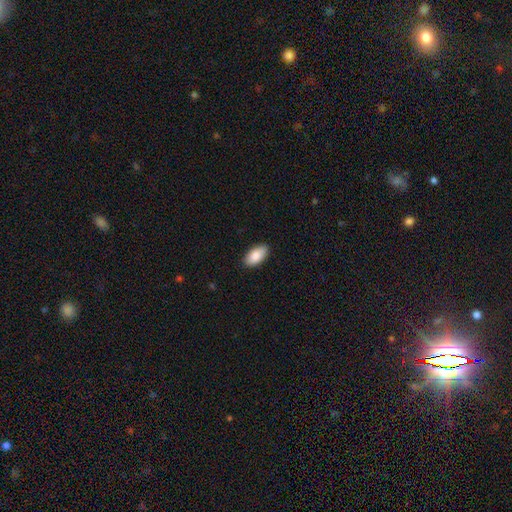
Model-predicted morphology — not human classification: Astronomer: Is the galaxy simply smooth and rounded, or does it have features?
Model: smooth — 87%.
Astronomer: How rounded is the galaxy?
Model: in between — 94%.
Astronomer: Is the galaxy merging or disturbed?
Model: none — 89%.